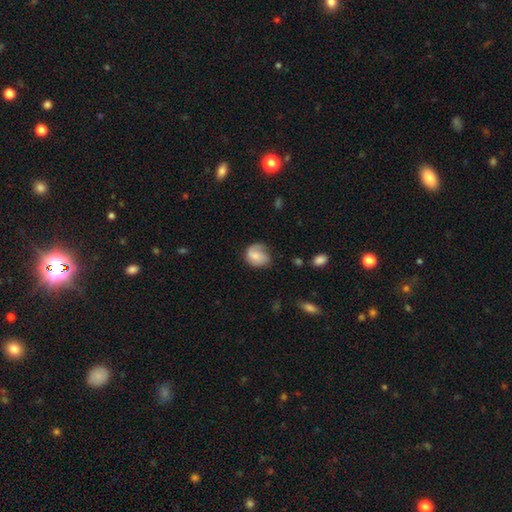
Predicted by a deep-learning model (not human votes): Smooth or featured? Predicted: smooth (p=0.58). How rounded? Predicted: round (p=0.63). Merging? Predicted: none (p=0.53).